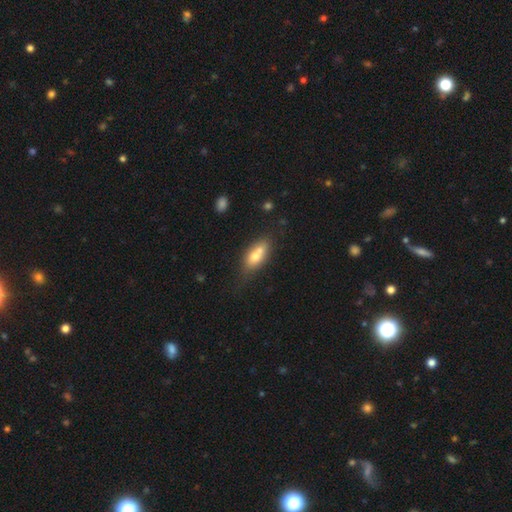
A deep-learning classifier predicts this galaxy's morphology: Smooth or featured?
  - smooth: 66% *
  - featured or disk: 25%
  - star or artifact: 8%
How rounded?
  - in between: 78% *
  - cigar-shaped: 12%
  - round: 10%
Merging?
  - merger: 44% *
  - none: 36%
  - minor disturbance: 14%
  - major disturbance: 5%